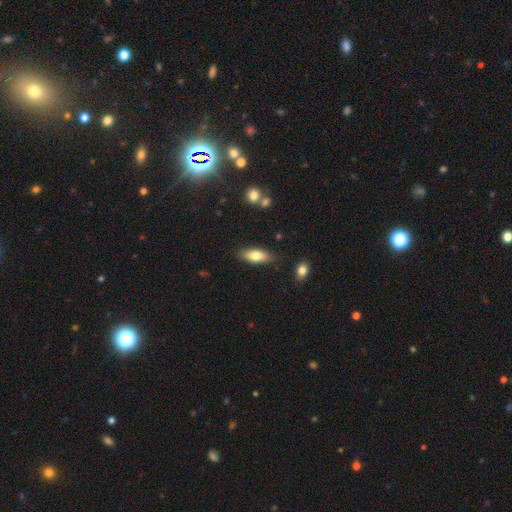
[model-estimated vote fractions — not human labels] Morphology: type=smooth (75%); roundness=in between (73%); merging=none (83%).